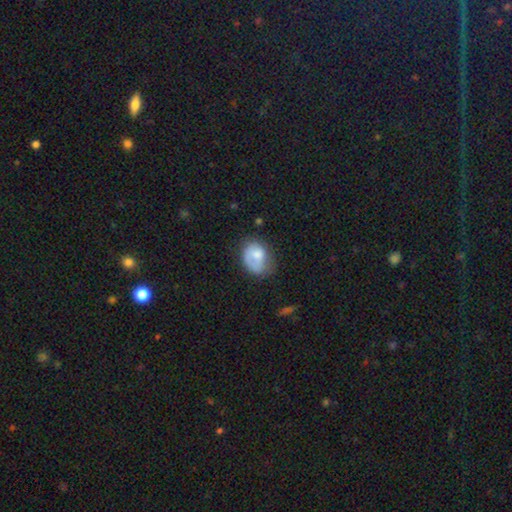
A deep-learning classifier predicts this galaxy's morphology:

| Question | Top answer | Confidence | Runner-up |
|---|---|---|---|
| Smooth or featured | smooth | 66% | featured or disk (26%) |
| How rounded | in between | 62% | round (37%) |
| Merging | none | 39% | minor disturbance (32%) |